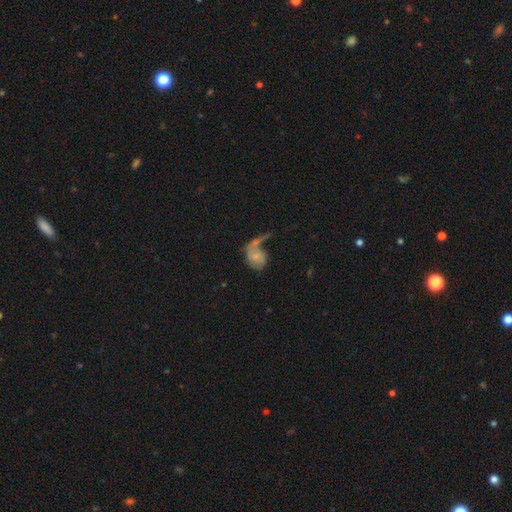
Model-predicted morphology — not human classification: This is possibly a smooth galaxy (50%). Merging: marginally major disturbance (34%).